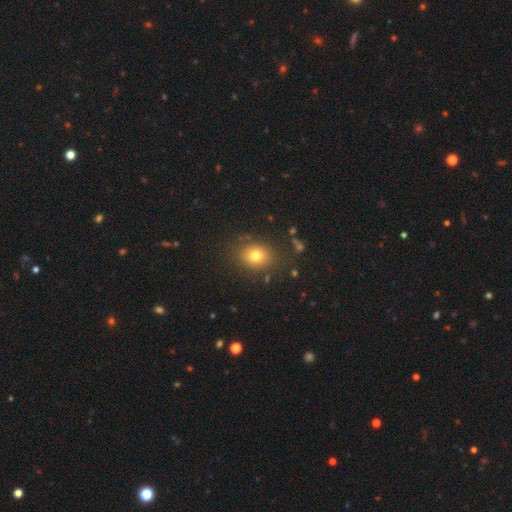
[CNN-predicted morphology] smooth 76%, star or artifact 13%, featured or disk 10%. Down the decision tree: how rounded — round (55%); merging — none (84%).